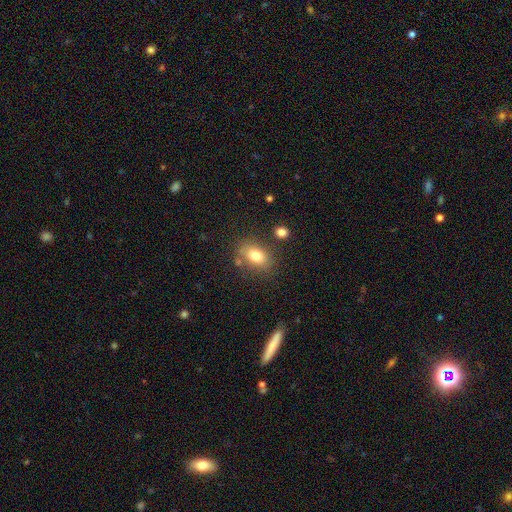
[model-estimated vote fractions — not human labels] Smooth or featured? Predicted: smooth (p=0.78). How rounded? Predicted: in between (p=0.76). Merging? Predicted: none (p=0.73).